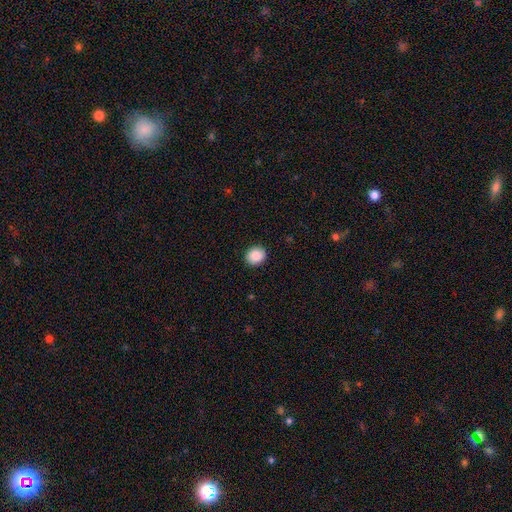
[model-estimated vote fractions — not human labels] This appears to be a smooth galaxy with no disk features (89%) that is round (80%). Merging: none (92%).